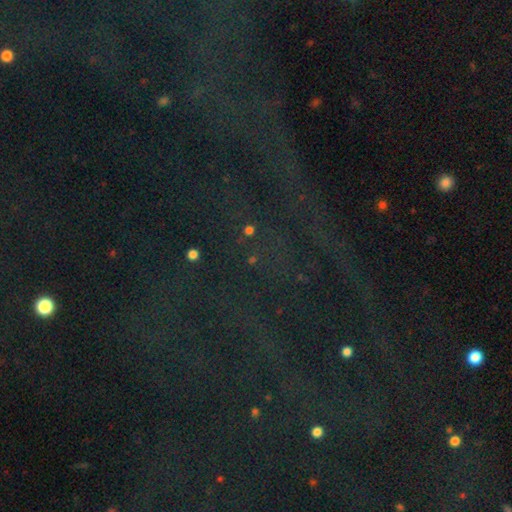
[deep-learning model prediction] This appears to be a star or artifact, not a galaxy (80%).